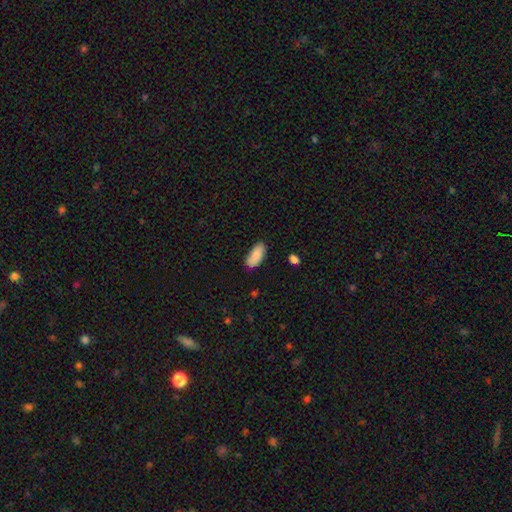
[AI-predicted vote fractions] Smooth or featured? smooth (88%)
How rounded? in between (88%)
Merging? none (81%)